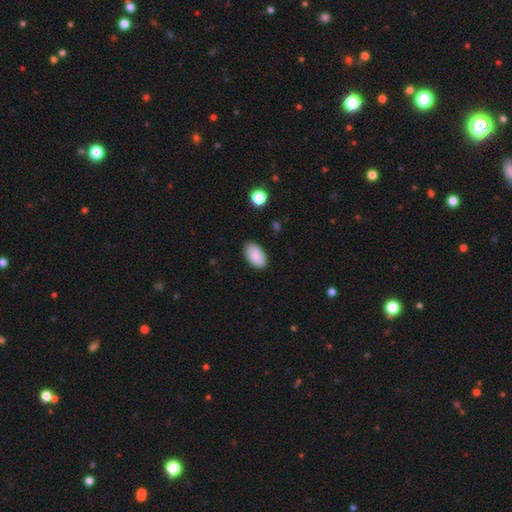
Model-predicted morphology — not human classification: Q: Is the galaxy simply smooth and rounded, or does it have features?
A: smooth — 89%.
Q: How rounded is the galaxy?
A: in between — 95%.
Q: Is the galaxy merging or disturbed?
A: none — 84%.